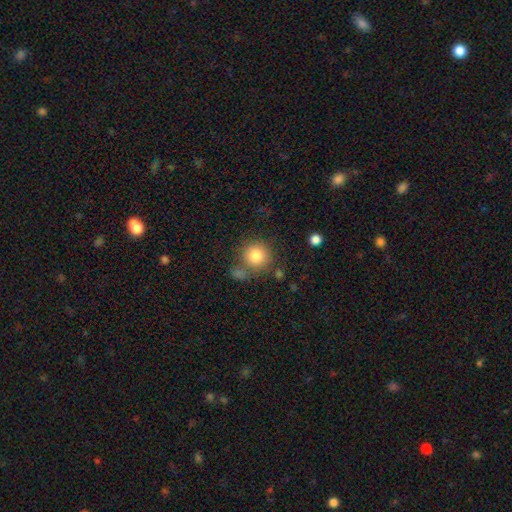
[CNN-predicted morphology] Overall: smooth (84%). How rounded: round (92%). Merging: none (66%).